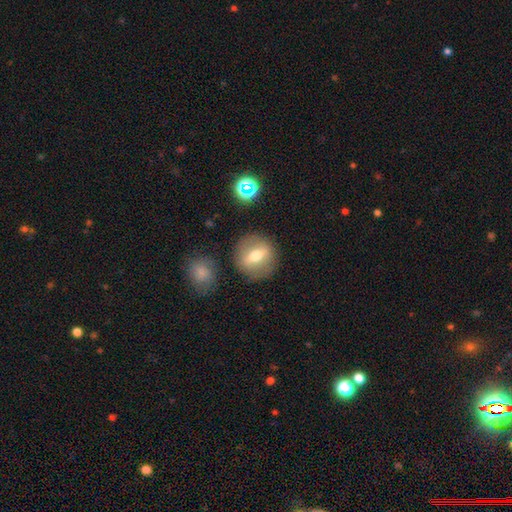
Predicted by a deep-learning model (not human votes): smooth_or_featured: smooth (p=0.50) [alt: featured or disk p=0.41]
how_rounded: round (p=0.82) [alt: in between p=0.16]
merging: none (p=0.83) [alt: minor disturbance p=0.10]